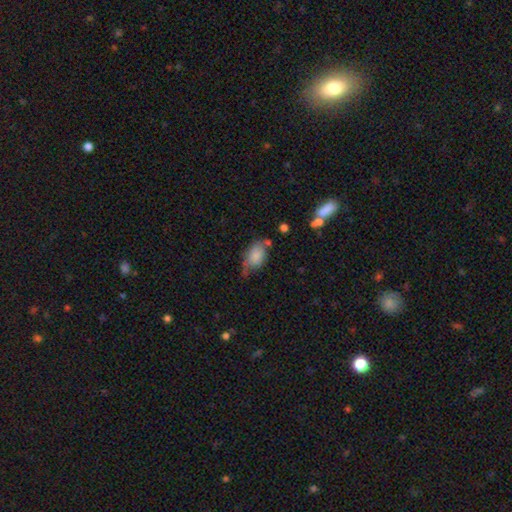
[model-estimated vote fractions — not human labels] Smooth or featured? Predicted: smooth (p=0.79). How rounded? Predicted: in between (p=0.90). Merging? Predicted: none (p=0.44).